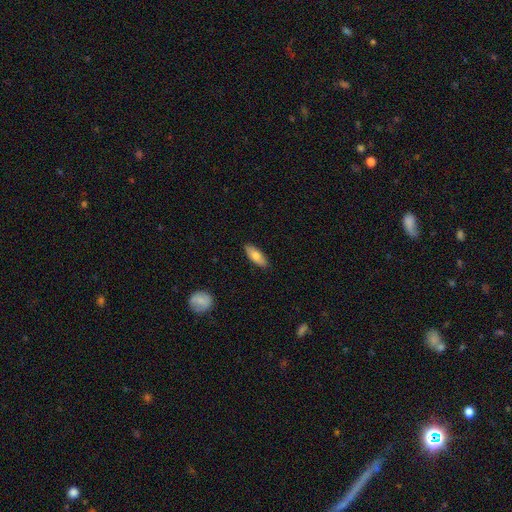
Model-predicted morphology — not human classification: Overall: smooth (75%). How rounded: in between (71%). Merging: none (88%).